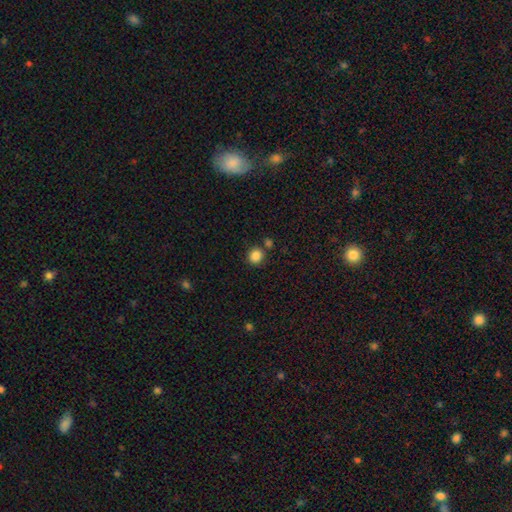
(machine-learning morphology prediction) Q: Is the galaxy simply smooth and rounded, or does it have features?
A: smooth — 86%.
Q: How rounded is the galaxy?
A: round — 87%.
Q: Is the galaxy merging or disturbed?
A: none — 79%.